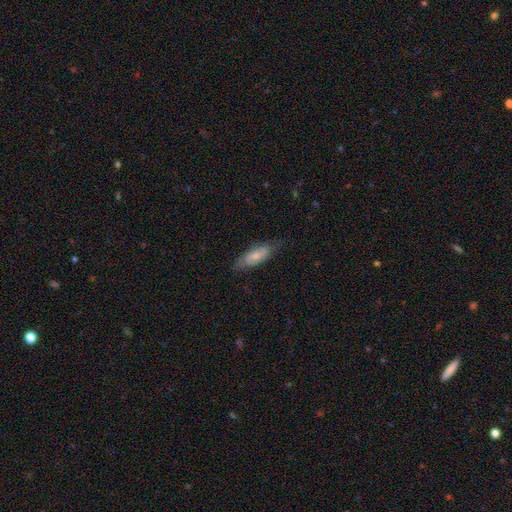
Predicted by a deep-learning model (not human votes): A smooth galaxy with no disk features (51%) that is in between round and cigar-shaped (75%). Merging: none (69%).